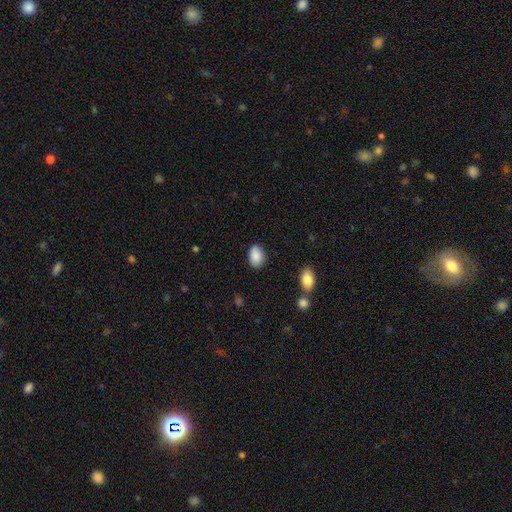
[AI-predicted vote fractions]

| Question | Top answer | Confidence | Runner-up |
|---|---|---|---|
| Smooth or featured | smooth | 89% | star or artifact (7%) |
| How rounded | in between | 80% | round (19%) |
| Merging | none | 84% | minor disturbance (12%) |